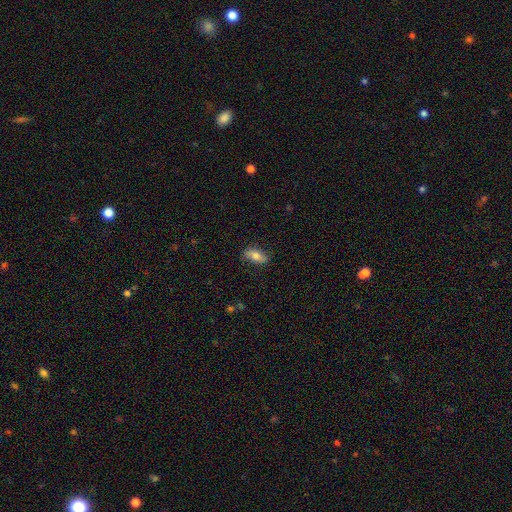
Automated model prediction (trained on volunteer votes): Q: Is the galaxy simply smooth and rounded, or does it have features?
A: smooth — 73%.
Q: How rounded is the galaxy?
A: in between — 84%.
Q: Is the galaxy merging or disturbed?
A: none — 82%.